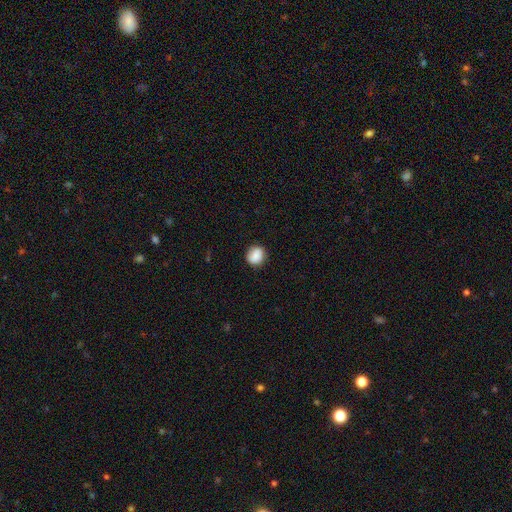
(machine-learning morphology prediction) This is clearly a smooth galaxy (84%). How rounded: likely round (77%). Merging: clearly none (84%).